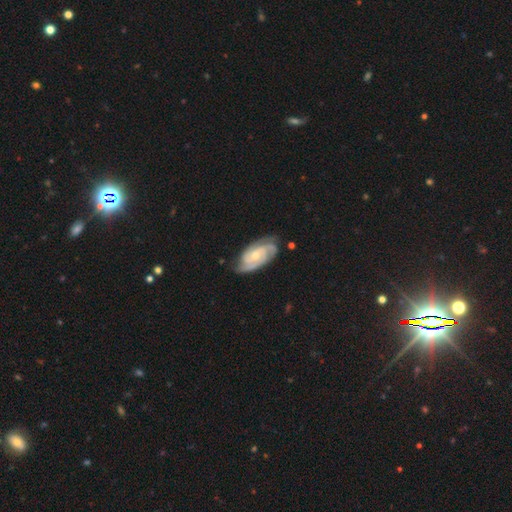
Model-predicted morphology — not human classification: This is clearly a featured or disk galaxy (88%). It is clearly not viewed edge-on (96%). Bar: likely no (61%). Spiral arm pattern: clearly yes (98%). Spiral arm count: marginally 3 (39%). Spiral winding: possibly tight (59%). Central bulge: possibly moderate (50%). Merging: likely none (74%).